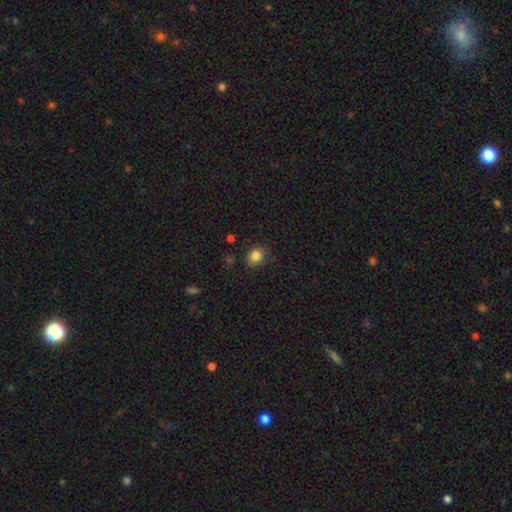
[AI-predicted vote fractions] A smooth galaxy with no disk features (84%) that is round (56%).

Vote fractions:
- Smooth or featured? smooth: 84% / star or artifact: 11% / featured or disk: 5%
- How rounded? round: 56% / in between: 43% / cigar-shaped: 1%
- Merging? none: 81% / minor disturbance: 14% / major disturbance: 3% / merger: 2%